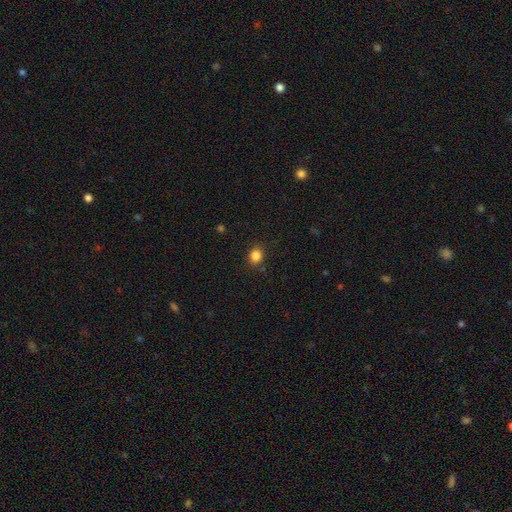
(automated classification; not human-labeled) Smooth or featured? smooth (84%)
How rounded? round (69%)
Merging? none (86%)